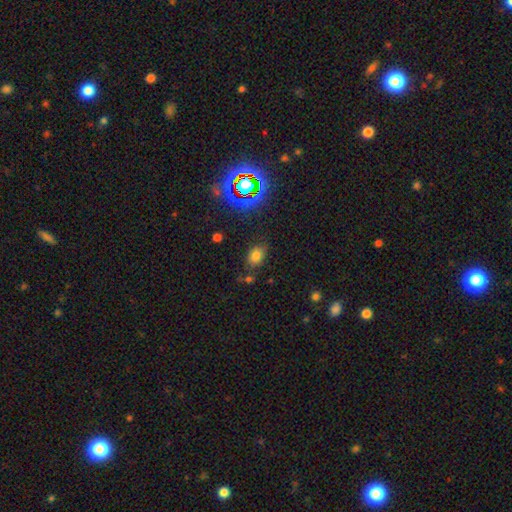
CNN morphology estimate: This appears to be a smooth galaxy with no disk features (70%) that is in between round and cigar-shaped (79%). Merging: none (74%).